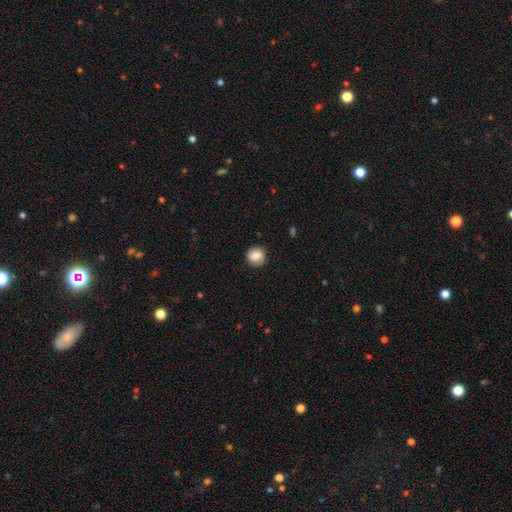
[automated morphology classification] Overall: smooth (84%). How rounded: round (92%). Merging: none (88%).